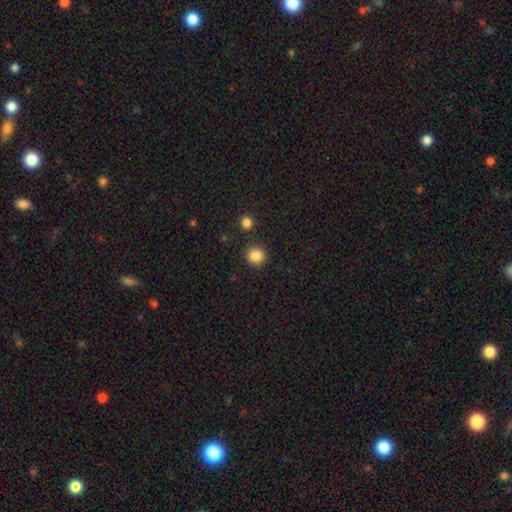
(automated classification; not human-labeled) The model was most divided on "smooth or featured": smooth: 87%, star or artifact: 10%, featured or disk: 3%. More confident: how rounded — round (90%); merging — none (88%).